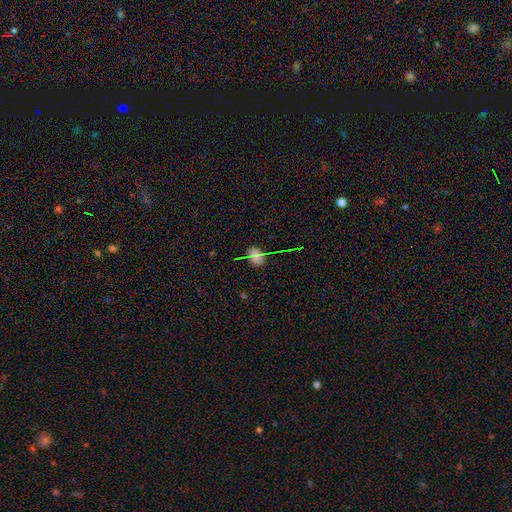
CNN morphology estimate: type=smooth (64%); roundness=in between (72%); merging=none (76%).